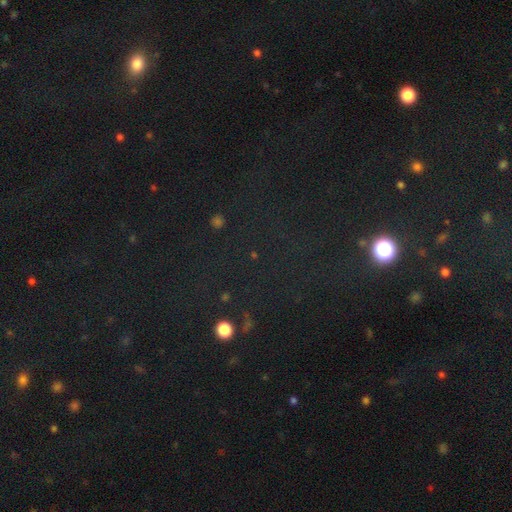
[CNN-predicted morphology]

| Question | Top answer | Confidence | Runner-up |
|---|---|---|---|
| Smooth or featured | star or artifact | 74% | smooth (19%) |